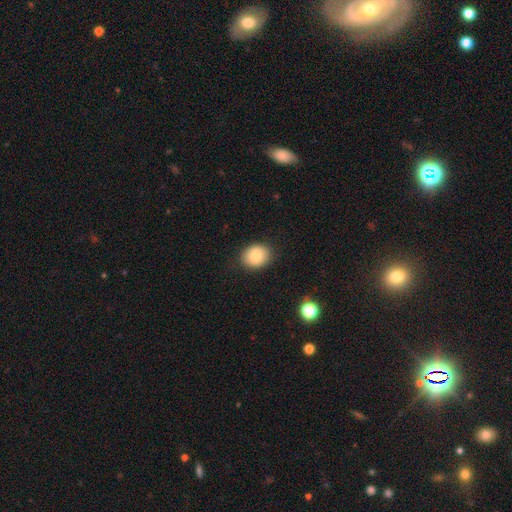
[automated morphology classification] Smooth or featured? smooth (81%)
How rounded? round (57%)
Merging? none (87%)